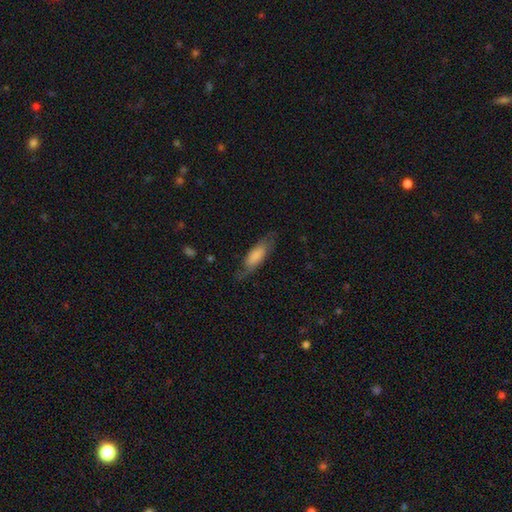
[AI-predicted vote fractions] Morphology: type=smooth (63%); roundness=in between (67%); merging=none (63%).